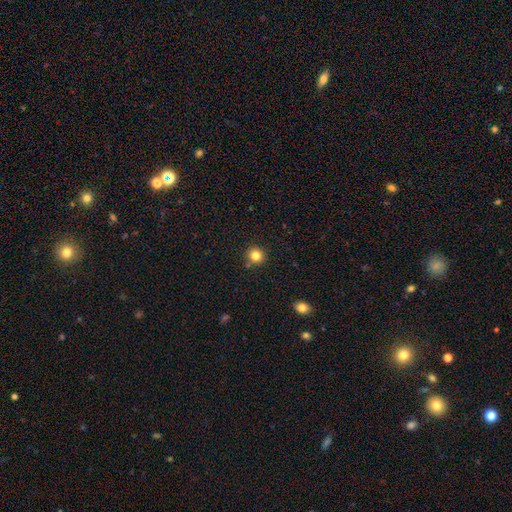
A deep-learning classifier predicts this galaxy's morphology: This appears to be a smooth galaxy with no disk features (83%) that is round (92%). Merging: none (87%).